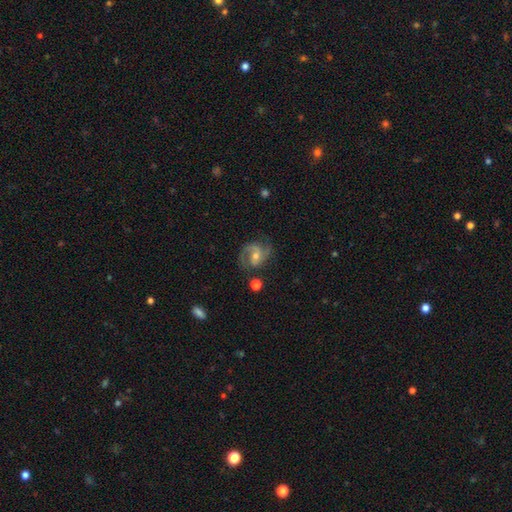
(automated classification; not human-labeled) This appears to be a featured or disk galaxy (86%) with a weak bar (46%), 2 (84%) medium (57%) spiral arms (97%) and a moderate central bulge (49%). Merging: none (70%).